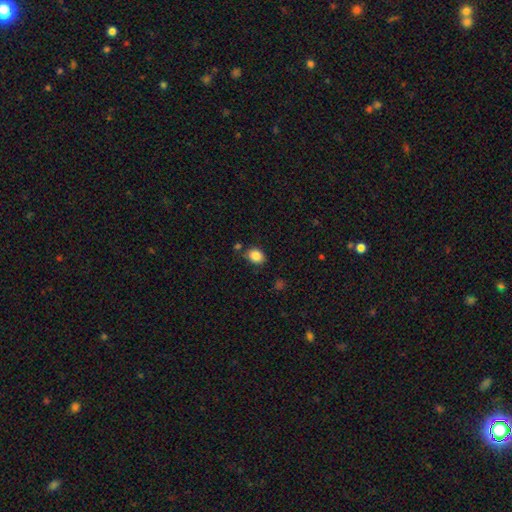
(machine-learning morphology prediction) Smooth or featured? Predicted: smooth (p=0.86). How rounded? Predicted: in between (p=0.61). Merging? Predicted: none (p=0.76).